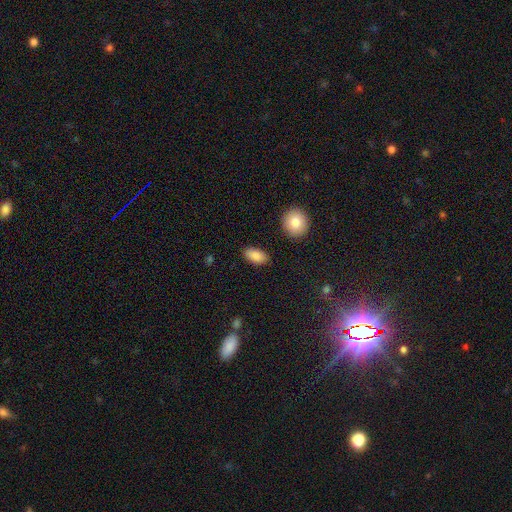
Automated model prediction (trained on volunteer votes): Overall: smooth (88%). How rounded: in between (93%). Merging: none (88%).